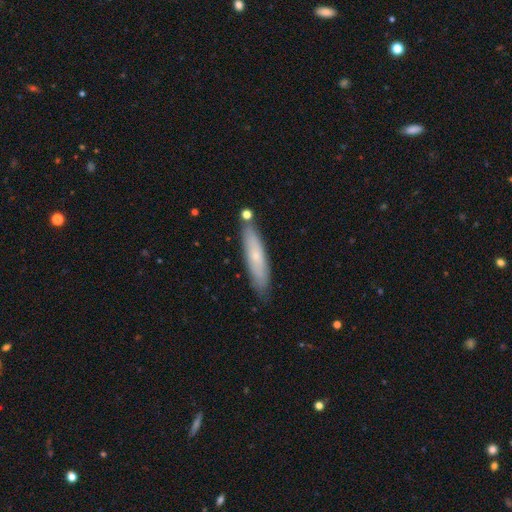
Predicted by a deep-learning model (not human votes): Overall: smooth (61%; featured or disk 33%). How rounded: cigar-shaped (81%). Merging: none (79%).